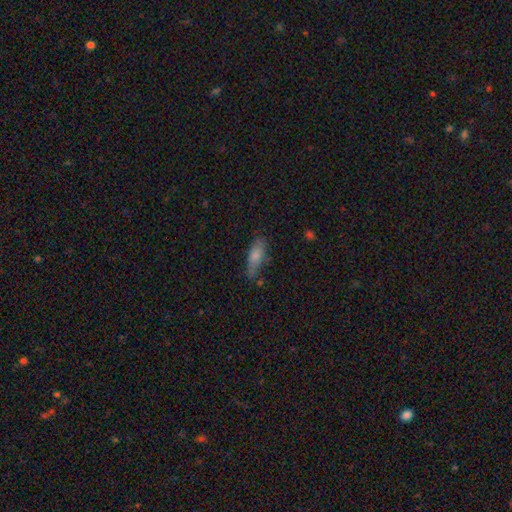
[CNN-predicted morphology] type=smooth (77%); roundness=in between (59%); merging=none (59%).